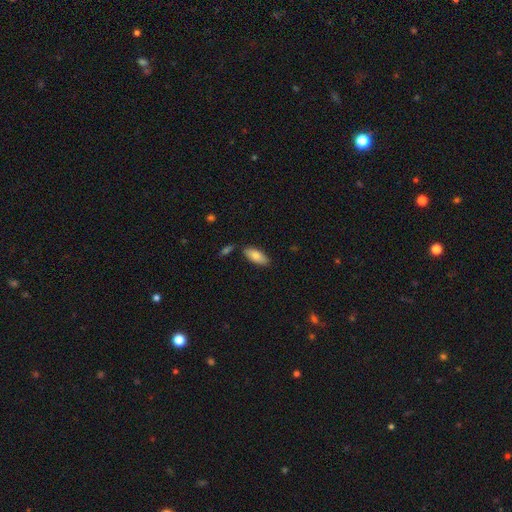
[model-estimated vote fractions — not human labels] The model was most divided on "smooth or featured": smooth: 80%, featured or disk: 14%, star or artifact: 6%. More confident: how rounded — in between (83%); merging — none (82%).